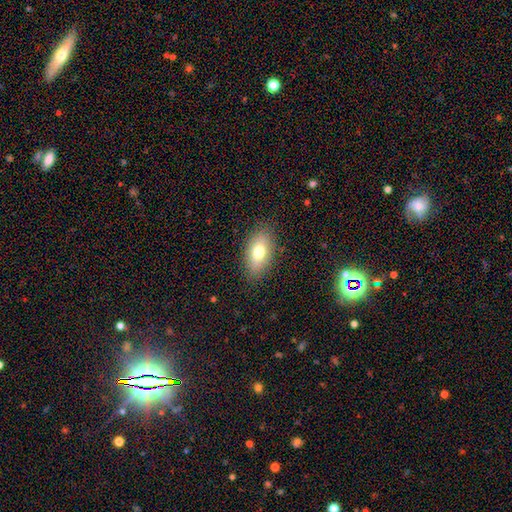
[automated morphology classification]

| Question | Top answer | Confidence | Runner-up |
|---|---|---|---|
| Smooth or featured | smooth | 63% | star or artifact (19%) |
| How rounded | in between | 86% | cigar-shaped (8%) |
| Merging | none | 88% | minor disturbance (8%) |